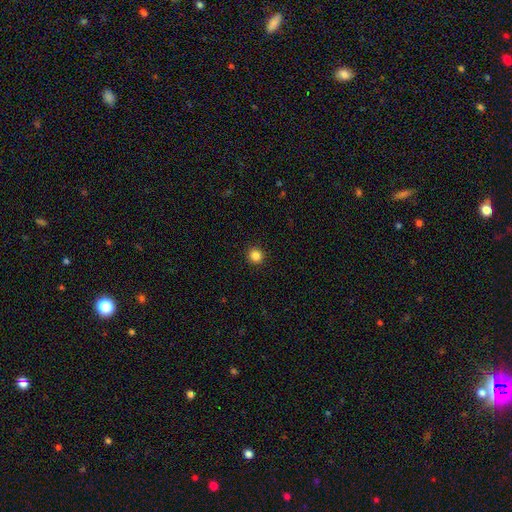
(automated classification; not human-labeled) smooth-or-featured: smooth: 85% | star or artifact: 12% | featured or disk: 3%
  how-rounded: round: 94% | in between: 5% | cigar-shaped: 1%
  merging: none: 93% | minor disturbance: 4% | major disturbance: 2% | merger: 1%